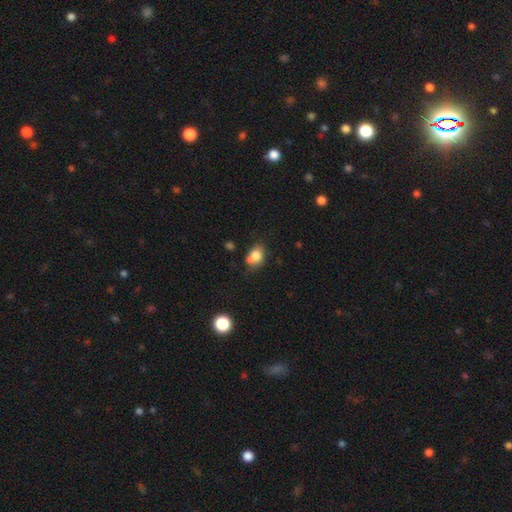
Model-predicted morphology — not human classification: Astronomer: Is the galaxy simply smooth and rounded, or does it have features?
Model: smooth — 79%.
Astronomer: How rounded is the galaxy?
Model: in between — 65%.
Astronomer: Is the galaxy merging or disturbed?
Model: none — 50% (runner-up: minor disturbance, 27%).